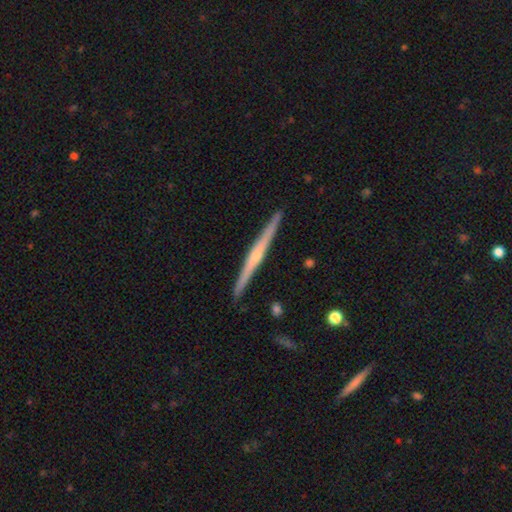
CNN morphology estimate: type=featured or disk (78%); edge-on=yes (98%); edge-on bulge=rounded (72%); merging=none (91%).